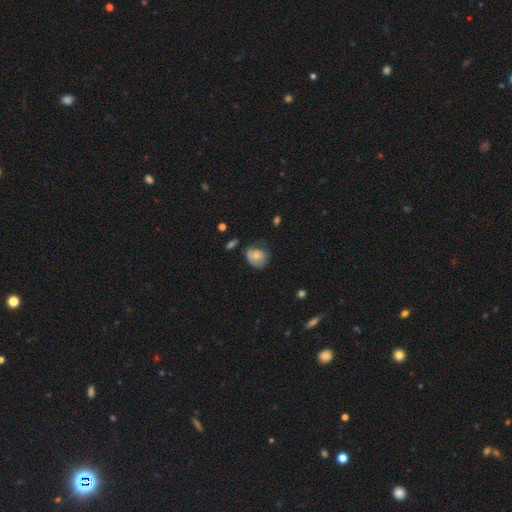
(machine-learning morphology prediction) Q: Smooth or featured?
A: smooth (60%); runner-up: featured or disk (32%)
Q: How rounded?
A: round (59%); runner-up: in between (40%)
Q: Merging?
A: none (41%); runner-up: minor disturbance (33%)